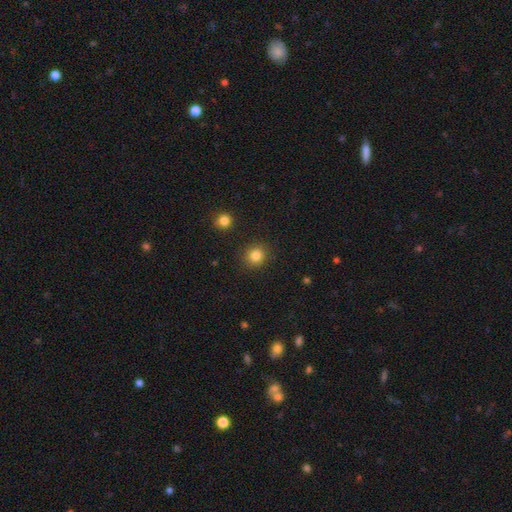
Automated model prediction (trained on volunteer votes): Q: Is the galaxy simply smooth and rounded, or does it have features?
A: smooth — 84%.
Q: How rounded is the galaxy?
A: round — 86%.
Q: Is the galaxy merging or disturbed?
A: none — 90%.